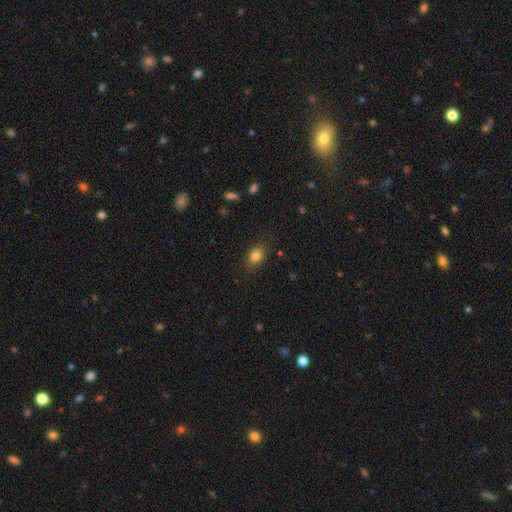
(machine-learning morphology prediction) This appears to be a smooth galaxy with no disk features (83%) that is in between round and cigar-shaped (64%). Merging: none (83%).